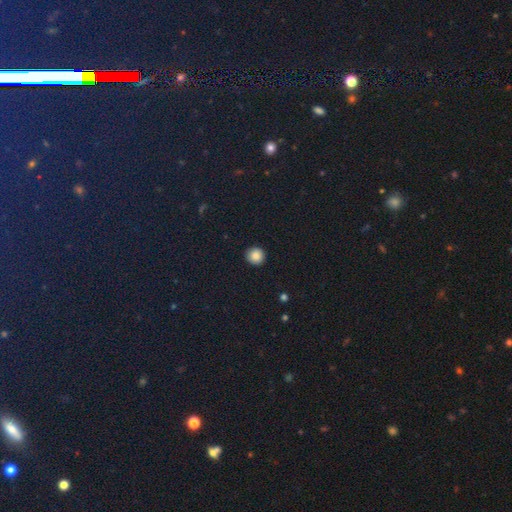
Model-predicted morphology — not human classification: Overall: smooth (86%). How rounded: round (94%). Merging: none (92%).